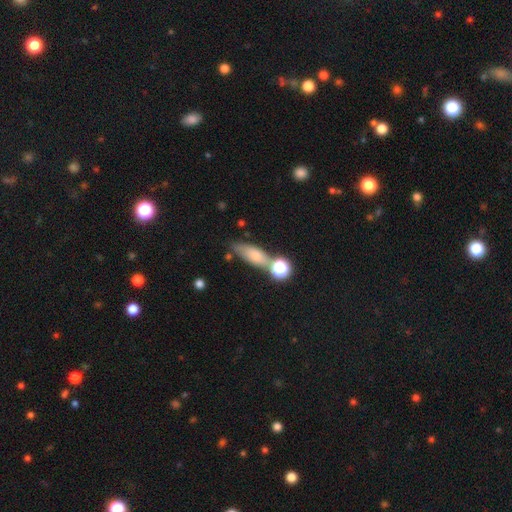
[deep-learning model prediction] This appears to be a smooth galaxy with no disk features (69%) that is in between round and cigar-shaped (59%). Merging: none (54%).